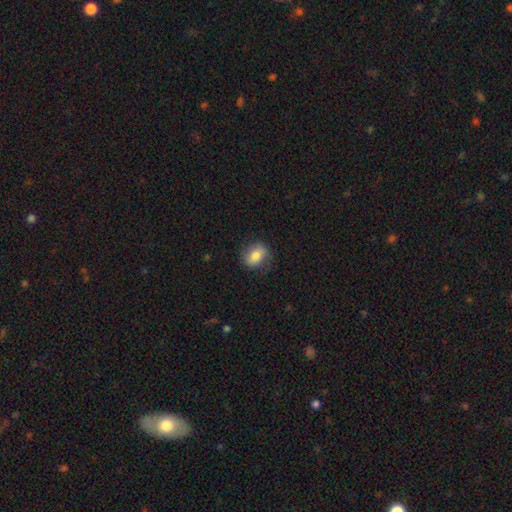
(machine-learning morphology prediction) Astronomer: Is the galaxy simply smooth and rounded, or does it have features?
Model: smooth — 75%.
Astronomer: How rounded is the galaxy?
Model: in between — 57% (runner-up: round, 42%).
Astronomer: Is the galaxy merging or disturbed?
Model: none — 77%.